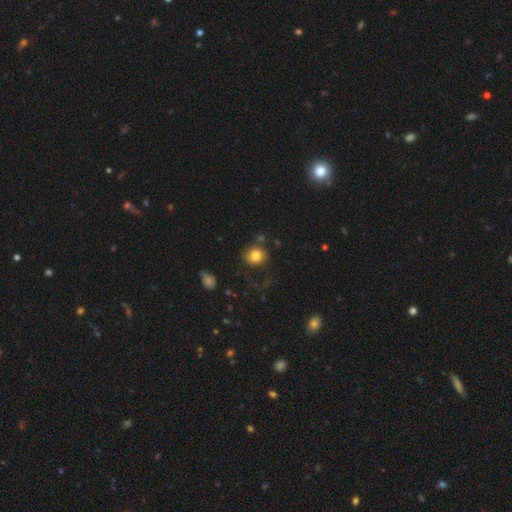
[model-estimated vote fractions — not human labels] smooth-or-featured: smooth: 82% | star or artifact: 10% | featured or disk: 8%
  how-rounded: round: 78% | in between: 21% | cigar-shaped: 1%
  merging: none: 71% | minor disturbance: 17% | major disturbance: 8% | merger: 4%